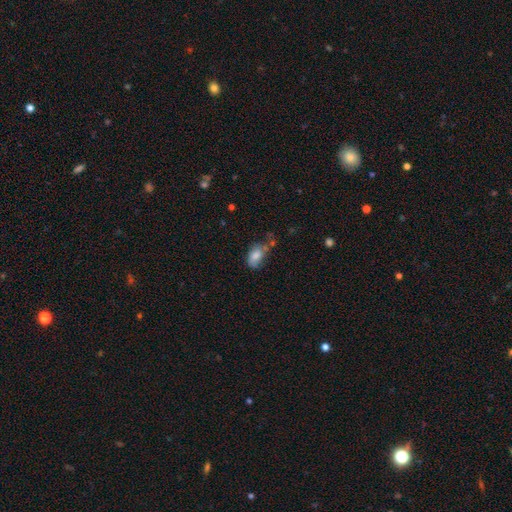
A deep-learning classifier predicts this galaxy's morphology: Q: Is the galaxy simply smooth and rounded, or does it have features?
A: smooth — 77%.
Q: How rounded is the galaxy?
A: in between — 87%.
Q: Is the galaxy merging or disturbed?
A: none — 42%.